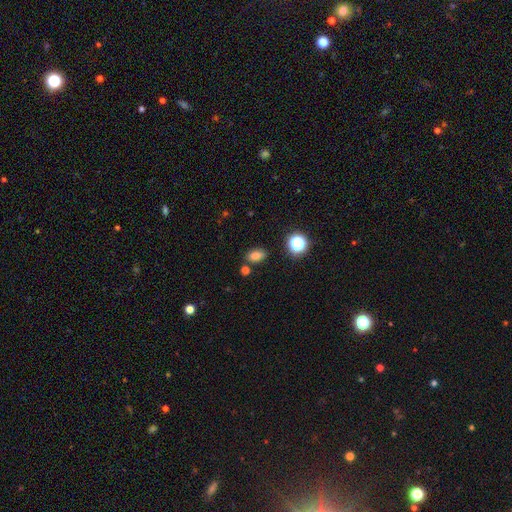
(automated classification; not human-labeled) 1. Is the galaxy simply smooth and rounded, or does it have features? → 79% smooth, 15% star or artifact, 7% featured or disk.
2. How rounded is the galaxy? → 81% in between, 17% round, 2% cigar-shaped.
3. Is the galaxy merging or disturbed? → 81% none, 10% minor disturbance, 6% merger, 3% major disturbance.